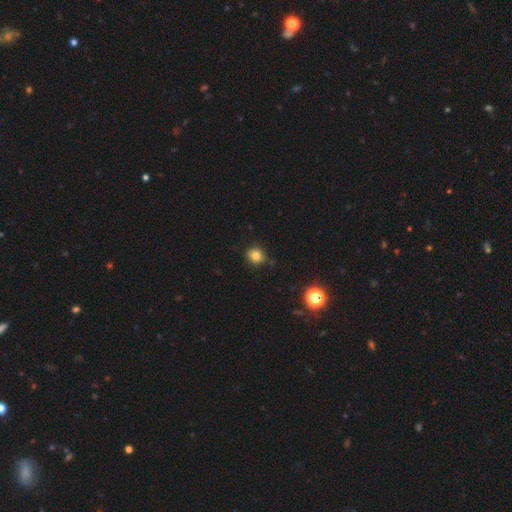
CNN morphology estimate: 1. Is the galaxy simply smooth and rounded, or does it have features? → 81% smooth, 13% star or artifact, 6% featured or disk.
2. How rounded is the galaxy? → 85% round, 14% in between, 1% cigar-shaped.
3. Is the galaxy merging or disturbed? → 86% none, 10% minor disturbance, 2% merger, 2% major disturbance.